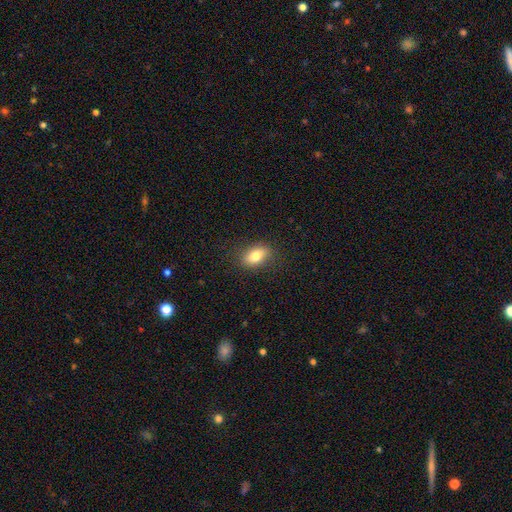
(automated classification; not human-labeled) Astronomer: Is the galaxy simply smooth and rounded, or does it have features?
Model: smooth — 78%.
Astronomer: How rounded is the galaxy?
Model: in between — 82%.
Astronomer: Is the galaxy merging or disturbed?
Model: none — 84%.